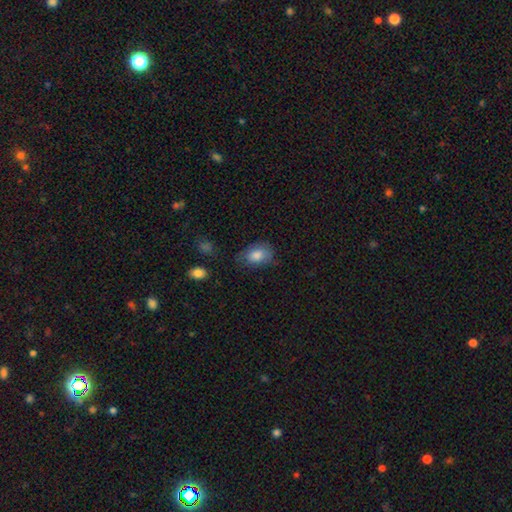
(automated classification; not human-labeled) A smooth galaxy with no disk features (83%) that is in between round and cigar-shaped (83%). Merging: none (63%).